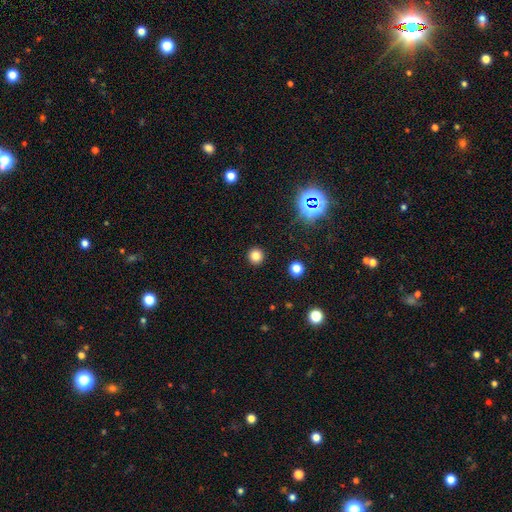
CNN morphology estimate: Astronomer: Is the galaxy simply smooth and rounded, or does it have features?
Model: smooth — 80%.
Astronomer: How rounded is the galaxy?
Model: round — 94%.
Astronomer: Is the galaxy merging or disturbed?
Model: none — 93%.